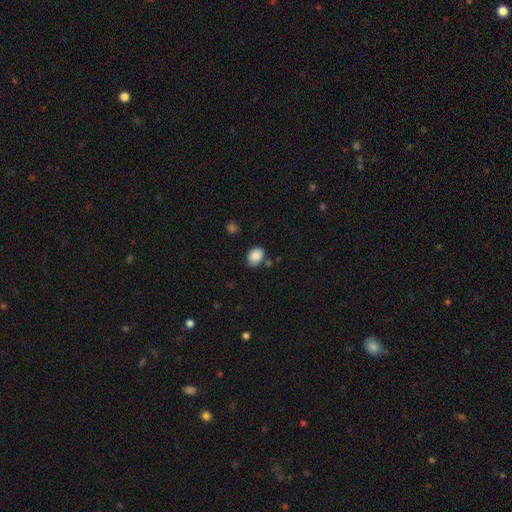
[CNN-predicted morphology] The model was most divided on "how rounded": in between: 71%, round: 28%, cigar-shaped: 1%. More confident: smooth or featured — smooth (88%); merging — none (74%).